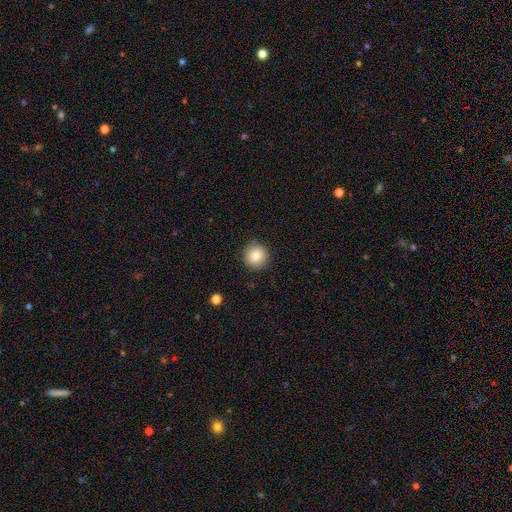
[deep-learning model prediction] Smooth or featured? Predicted: smooth (p=0.83). How rounded? Predicted: round (p=0.95). Merging? Predicted: none (p=0.91).